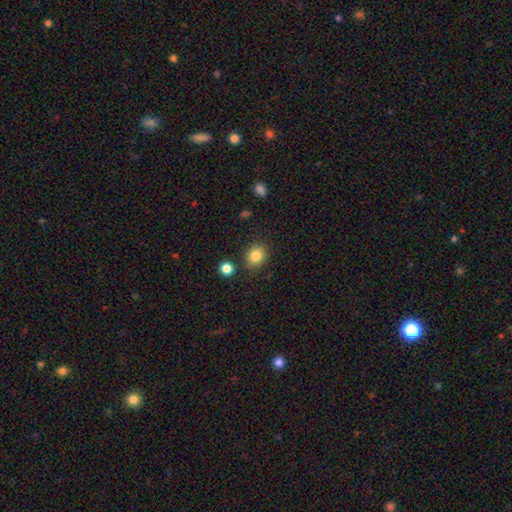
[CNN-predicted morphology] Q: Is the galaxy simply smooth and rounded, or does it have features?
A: smooth — 84%.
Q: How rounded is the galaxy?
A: round — 67%.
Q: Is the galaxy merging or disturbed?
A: none — 84%.